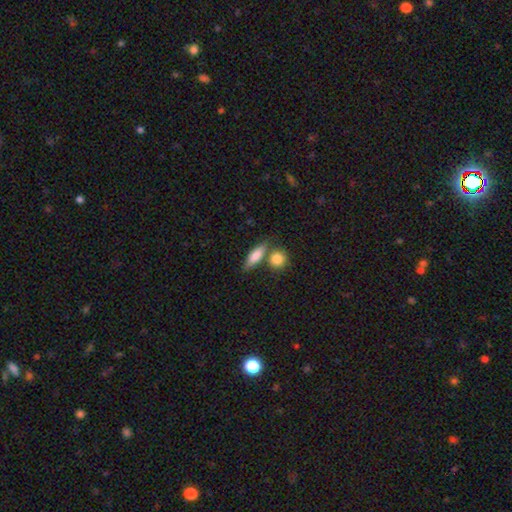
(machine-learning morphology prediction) smooth-or-featured: smooth: 79% | featured or disk: 15% | star or artifact: 7%
  how-rounded: in between: 48% | cigar-shaped: 41% | round: 11%
  merging: none: 62% | merger: 23% | minor disturbance: 11% | major disturbance: 4%